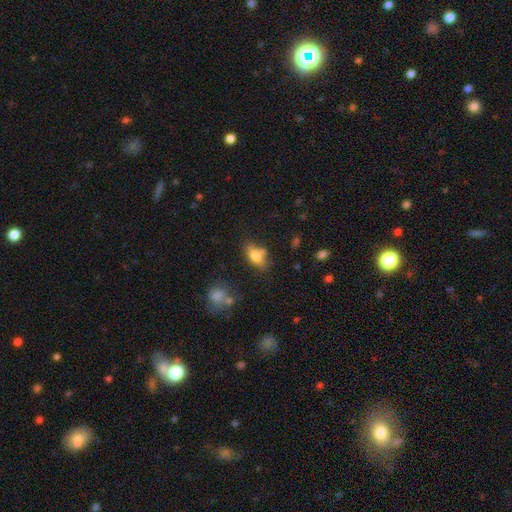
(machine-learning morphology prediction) smooth_or_featured: smooth (p=0.74) [alt: featured or disk p=0.17]
how_rounded: in between (p=0.83) [alt: round p=0.09]
merging: none (p=0.61) [alt: minor disturbance p=0.17]